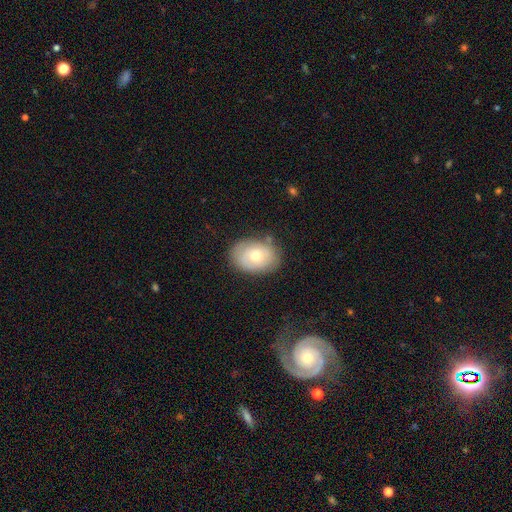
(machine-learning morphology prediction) The model was most divided on "smooth or featured": smooth: 61%, featured or disk: 32%, star or artifact: 7%. More confident: merging — none (76%); how rounded — in between (73%).